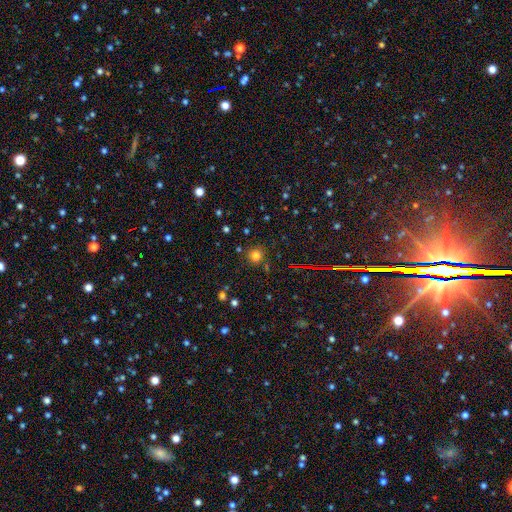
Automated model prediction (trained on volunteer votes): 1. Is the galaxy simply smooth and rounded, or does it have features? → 74% smooth, 20% star or artifact, 6% featured or disk.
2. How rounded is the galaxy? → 90% round, 9% in between, 1% cigar-shaped.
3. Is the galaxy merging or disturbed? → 82% none, 9% minor disturbance, 5% merger, 4% major disturbance.